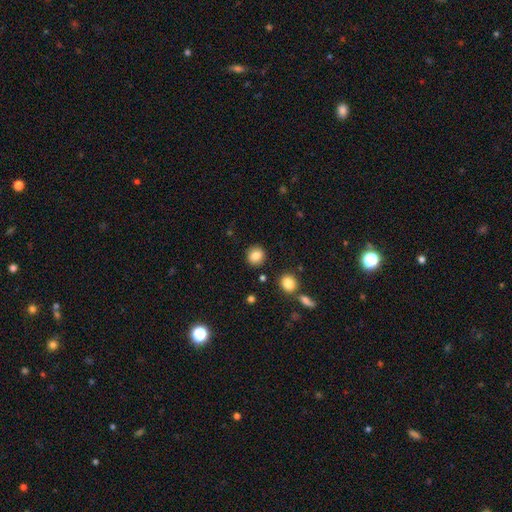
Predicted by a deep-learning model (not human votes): The model was most divided on "how rounded": round: 83%, in between: 16%, cigar-shaped: 1%. More confident: merging — none (89%); smooth or featured — smooth (84%).